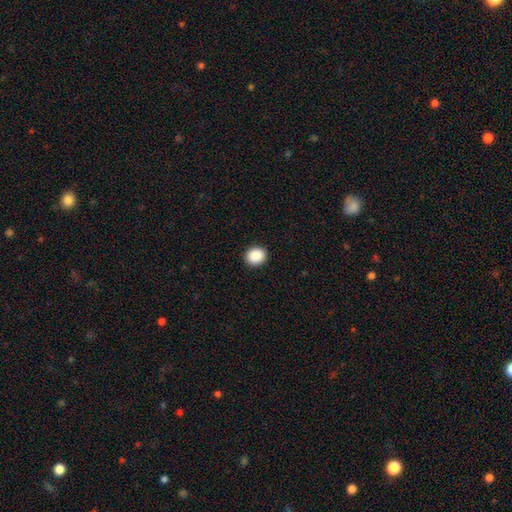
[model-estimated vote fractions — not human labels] The model was most divided on "how rounded": round: 77%, in between: 22%, cigar-shaped: 1%. More confident: merging — none (92%); smooth or featured — smooth (89%).